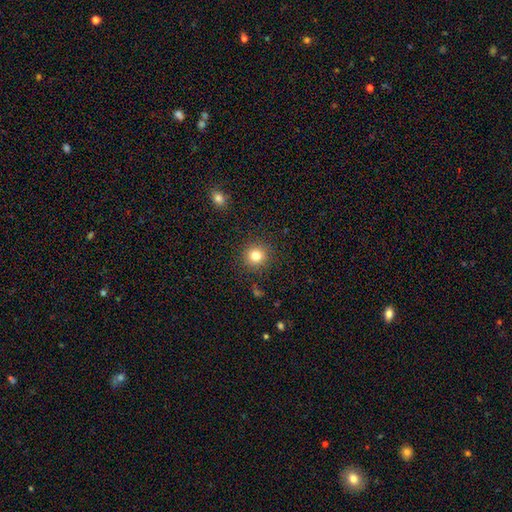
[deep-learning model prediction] Morphology: type=smooth (81%); roundness=round (93%); merging=none (90%).